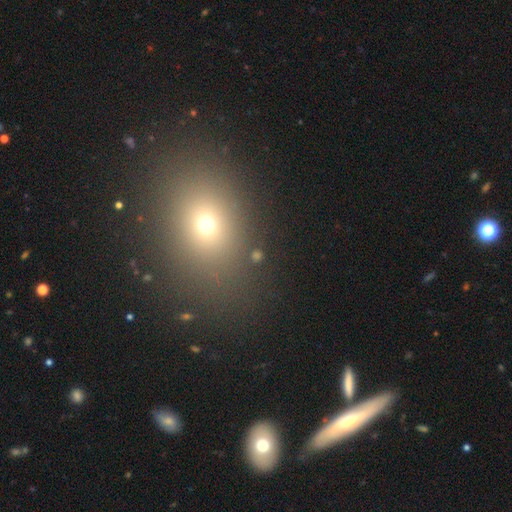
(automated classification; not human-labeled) Morphology: type=smooth (61%); roundness=in between (50%); merging=none (78%).